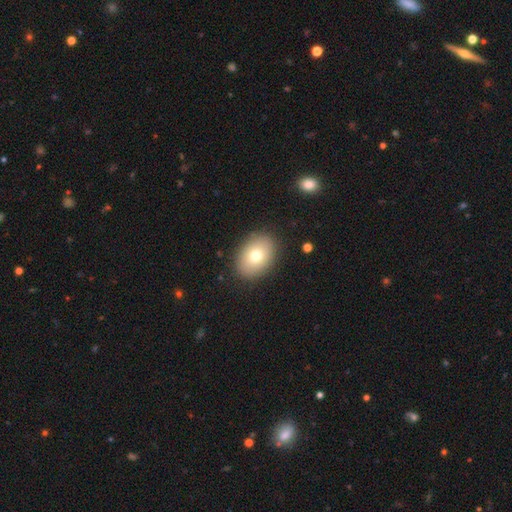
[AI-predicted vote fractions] Smooth or featured? smooth (75%)
How rounded? in between (76%)
Merging? none (88%)